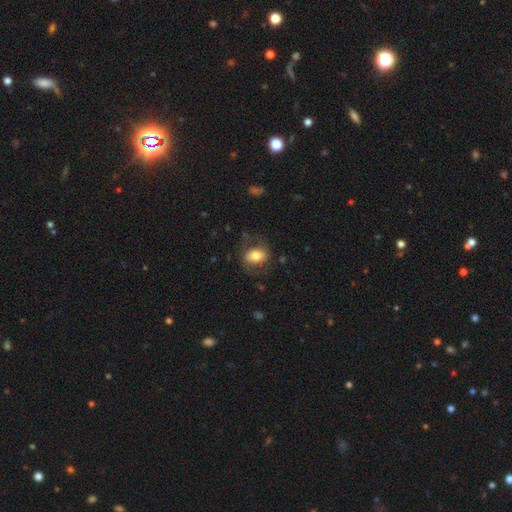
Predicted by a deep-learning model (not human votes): smooth-or-featured: smooth: 66% | featured or disk: 27% | star or artifact: 8%
  how-rounded: in between: 70% | round: 28% | cigar-shaped: 2%
  merging: none: 67% | minor disturbance: 18% | major disturbance: 13% | merger: 1%